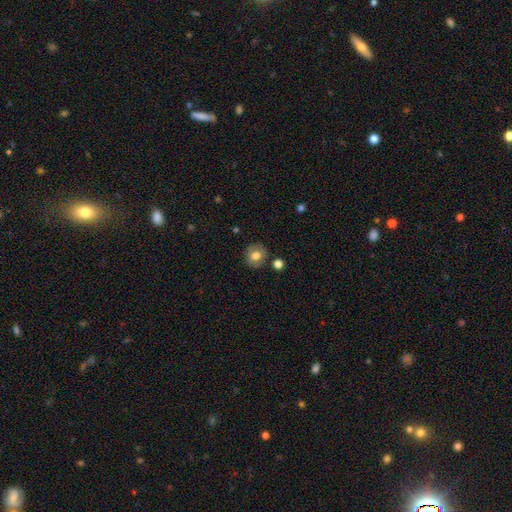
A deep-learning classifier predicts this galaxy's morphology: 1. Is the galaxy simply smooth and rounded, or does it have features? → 75% smooth, 16% featured or disk, 9% star or artifact.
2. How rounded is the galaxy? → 77% round, 22% in between, 1% cigar-shaped.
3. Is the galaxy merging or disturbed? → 83% none, 10% minor disturbance, 4% merger, 3% major disturbance.